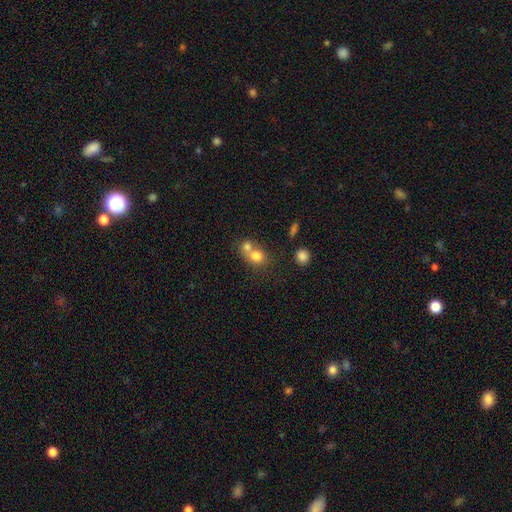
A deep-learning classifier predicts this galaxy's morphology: This appears to be a smooth galaxy with no disk features (76%) that is round (70%). Merging: merger (62%).